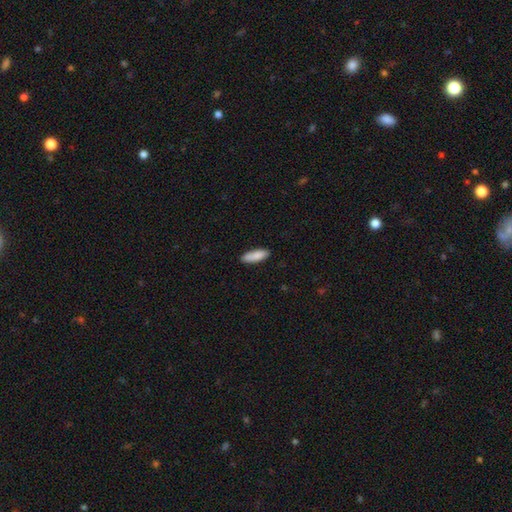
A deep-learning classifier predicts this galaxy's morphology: The model was most divided on "how rounded": in between: 60%, cigar-shaped: 38%, round: 2%. More confident: smooth or featured — smooth (87%); merging — none (86%).